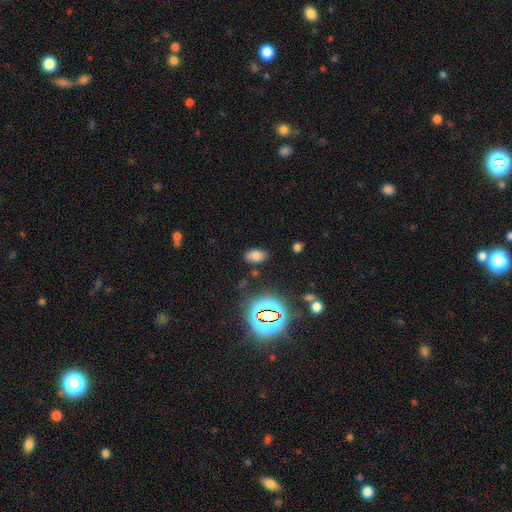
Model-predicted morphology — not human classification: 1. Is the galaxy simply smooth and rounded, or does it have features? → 70% smooth, 22% star or artifact, 8% featured or disk.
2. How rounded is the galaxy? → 87% in between, 11% round, 1% cigar-shaped.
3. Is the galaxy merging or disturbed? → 79% none, 14% minor disturbance, 4% major disturbance, 3% merger.